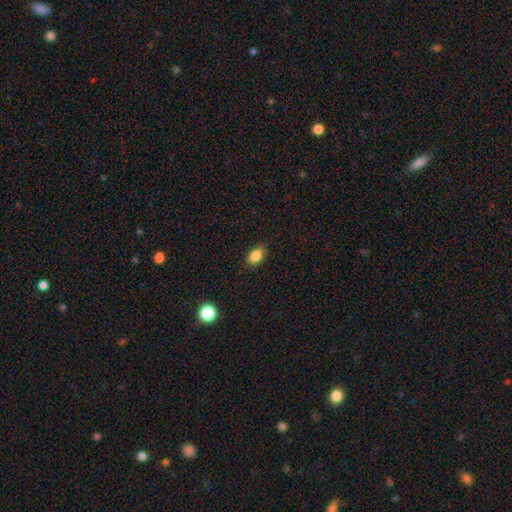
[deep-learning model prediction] This appears to be a smooth galaxy with no disk features (85%) that is in between round and cigar-shaped (85%). Merging: none (83%).